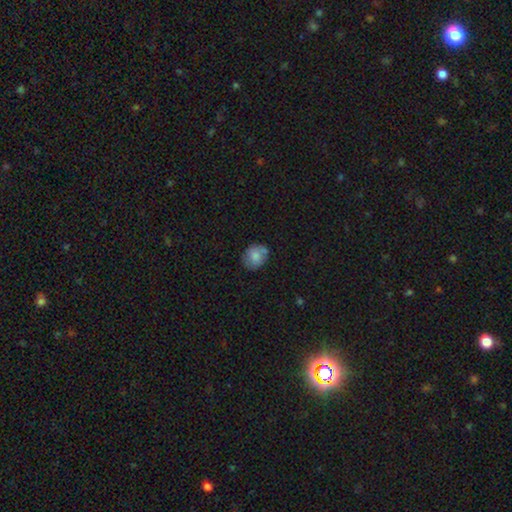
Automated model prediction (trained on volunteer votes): The model was most divided on "how rounded": round: 67%, in between: 33%, cigar-shaped: 1%. More confident: smooth or featured — smooth (76%); merging — none (67%).